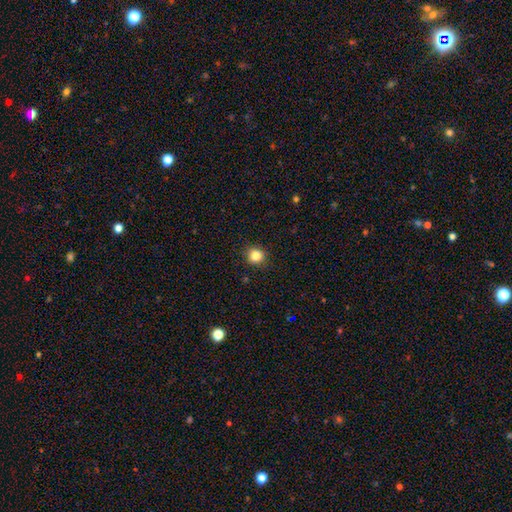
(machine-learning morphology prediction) This appears to be a smooth galaxy with no disk features (83%) that is round (87%). Merging: none (90%).